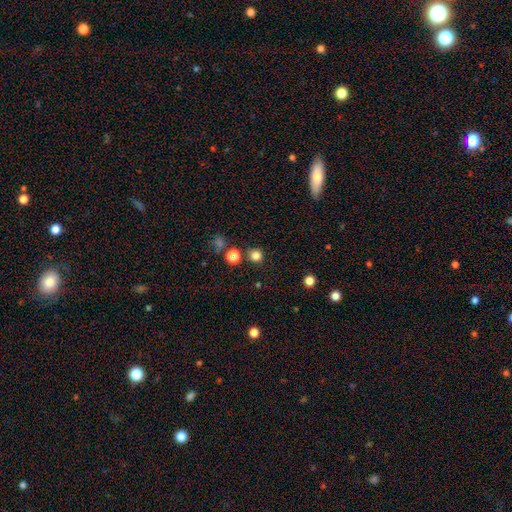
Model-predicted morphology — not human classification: type=smooth (79%); roundness=round (93%); merging=none (85%).